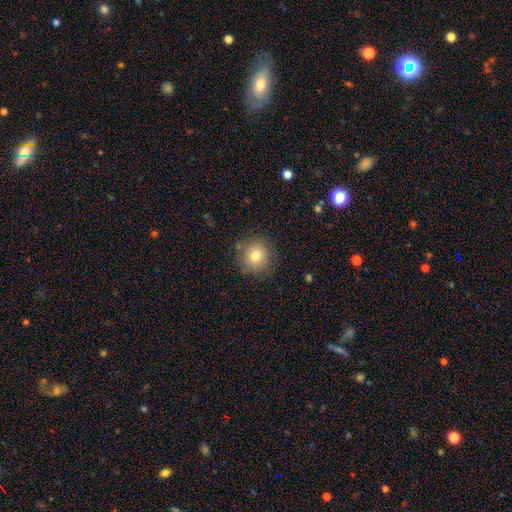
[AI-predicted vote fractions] smooth 78%, star or artifact 12%, featured or disk 11%. Down the decision tree: how rounded — round (93%); merging — none (85%).